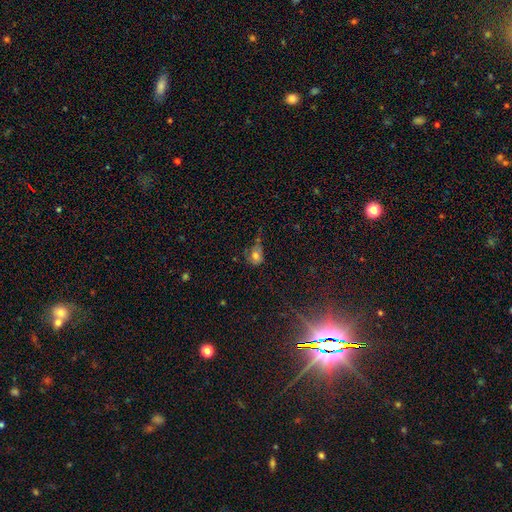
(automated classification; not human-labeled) smooth-or-featured: smooth: 66% | featured or disk: 19% | star or artifact: 15%
  how-rounded: round: 53% | in between: 46% | cigar-shaped: 2%
  merging: none: 36% | minor disturbance: 32% | major disturbance: 22% | merger: 10%